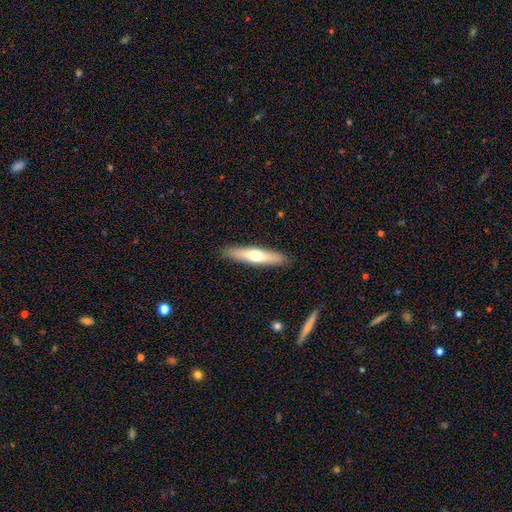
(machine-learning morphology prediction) Smooth or featured? Predicted: smooth (p=0.53). How rounded? Predicted: cigar-shaped (p=0.82). Merging? Predicted: none (p=0.90).